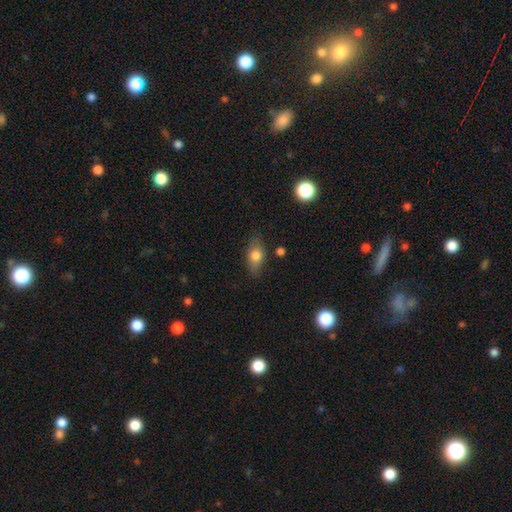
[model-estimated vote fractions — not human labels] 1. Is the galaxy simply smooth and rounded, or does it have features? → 74% smooth, 18% featured or disk, 8% star or artifact.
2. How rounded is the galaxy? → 82% in between, 10% round, 8% cigar-shaped.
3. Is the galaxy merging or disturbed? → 77% none, 17% minor disturbance, 4% major disturbance, 3% merger.